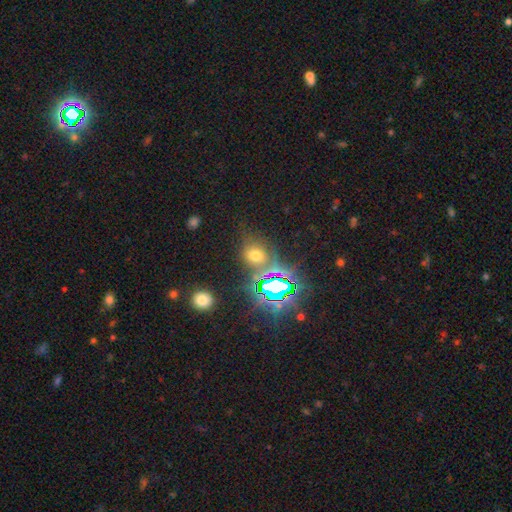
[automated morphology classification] Smooth or featured? smooth (49%)
Merging? none (69%)